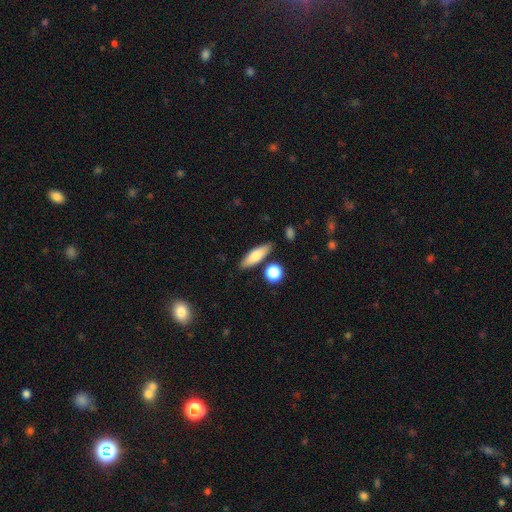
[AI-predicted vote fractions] This appears to be a smooth galaxy with no disk features (73%) that is cigar-shaped (49%). Merging: none (82%).